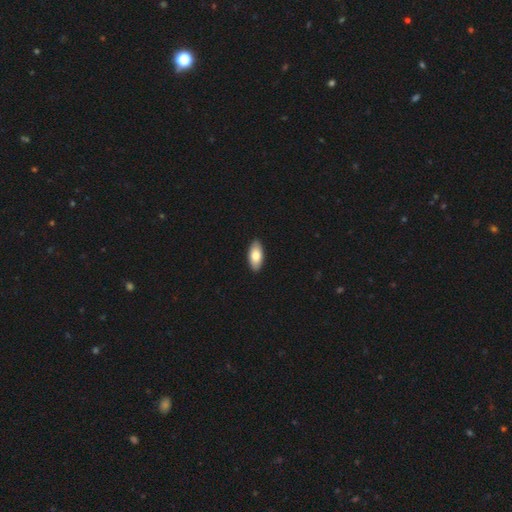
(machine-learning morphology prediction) Smooth or featured: smooth — 79% (featured or disk — 15%)
How rounded: in between — 92% (cigar-shaped — 6%)
Merging: none — 91% (minor disturbance — 7%)